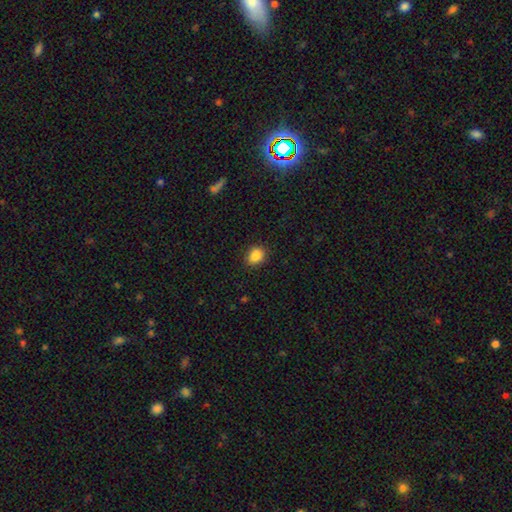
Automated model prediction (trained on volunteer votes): smooth 87%, star or artifact 9%, featured or disk 4%. Down the decision tree: how rounded — in between (51%); merging — none (86%).